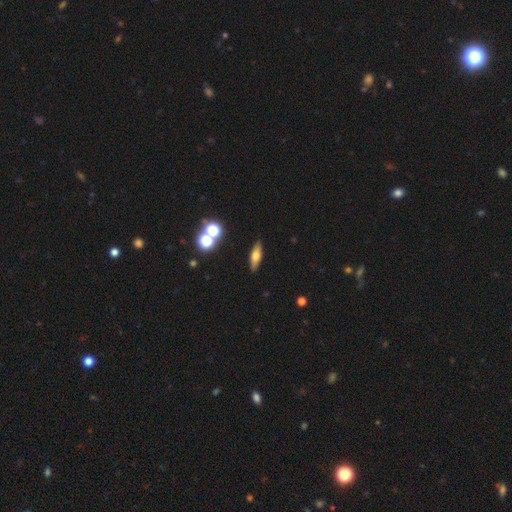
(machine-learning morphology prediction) This is possibly a smooth galaxy (58%). How rounded: possibly in between (51%). Merging: clearly none (87%).